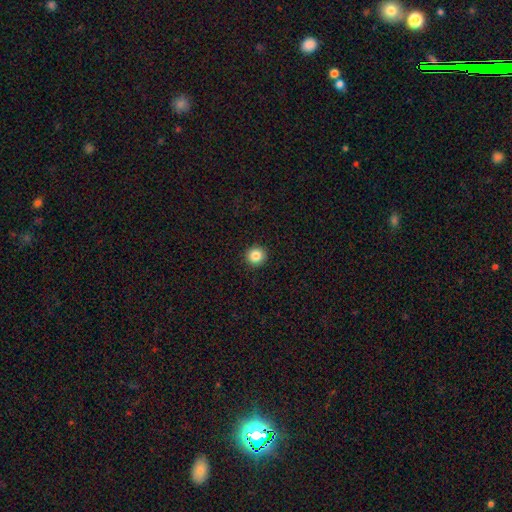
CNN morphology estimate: This appears to be a smooth galaxy with no disk features (85%) that is round (94%). Merging: none (93%).